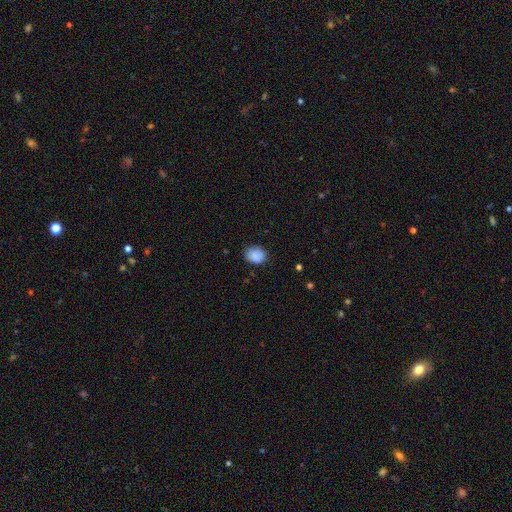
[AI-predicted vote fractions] This is clearly a smooth galaxy (85%). How rounded: possibly round (58%). Merging: likely none (79%).